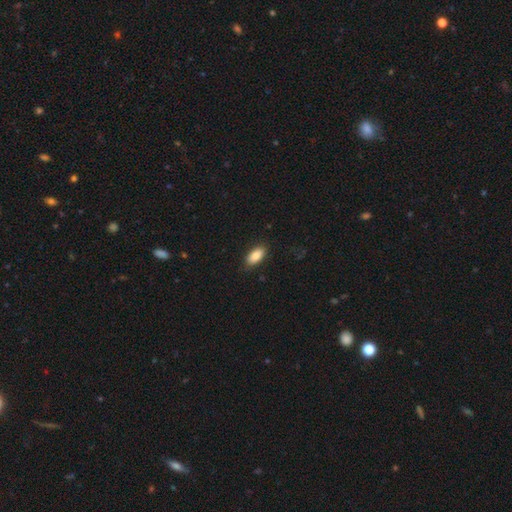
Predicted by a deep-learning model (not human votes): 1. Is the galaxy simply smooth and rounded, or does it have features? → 87% smooth, 7% star or artifact, 7% featured or disk.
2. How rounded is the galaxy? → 91% in between, 6% cigar-shaped, 3% round.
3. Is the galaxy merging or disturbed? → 85% none, 12% minor disturbance, 3% major disturbance, 1% merger.